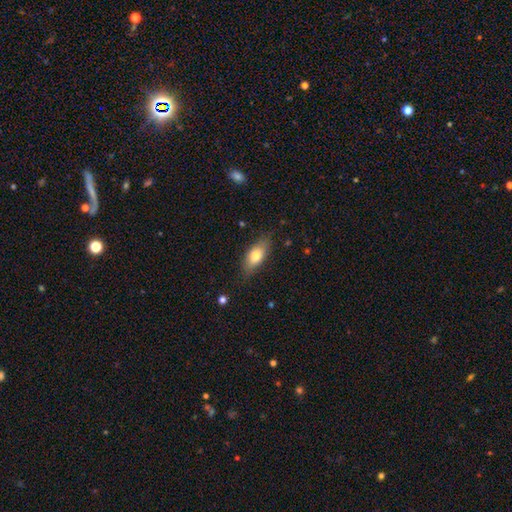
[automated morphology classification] This appears to be a smooth galaxy with no disk features (73%) that is in between round and cigar-shaped (81%). Merging: none (78%).